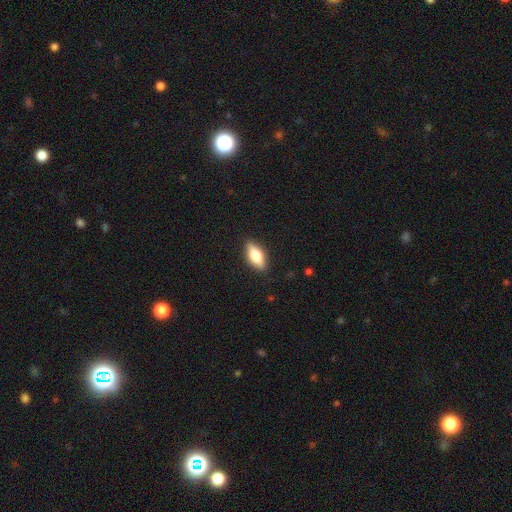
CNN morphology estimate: smooth-or-featured: smooth: 68% | featured or disk: 26% | star or artifact: 6%
  how-rounded: in between: 79% | cigar-shaped: 18% | round: 3%
  merging: none: 88% | minor disturbance: 9% | major disturbance: 2% | merger: 1%